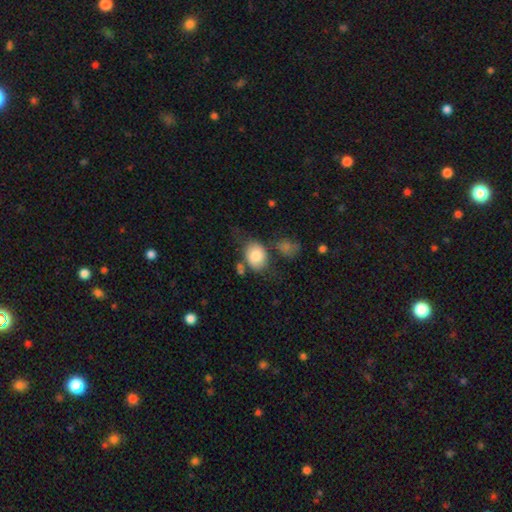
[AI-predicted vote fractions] Morphology: type=smooth (82%); roundness=in between (61%); merging=none (55%).